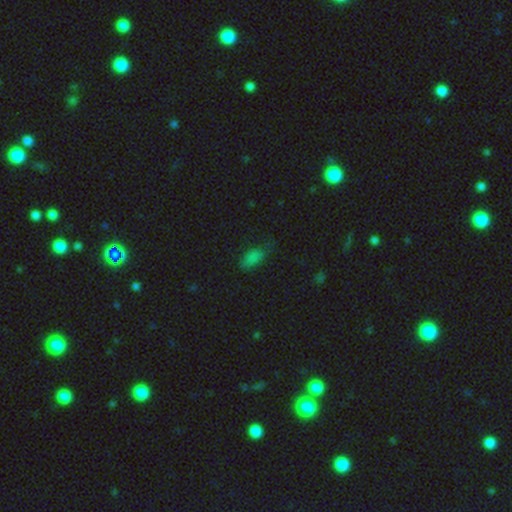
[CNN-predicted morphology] A smooth galaxy with no disk features (78%) that is in between round and cigar-shaped (85%). Merging: none (62%).